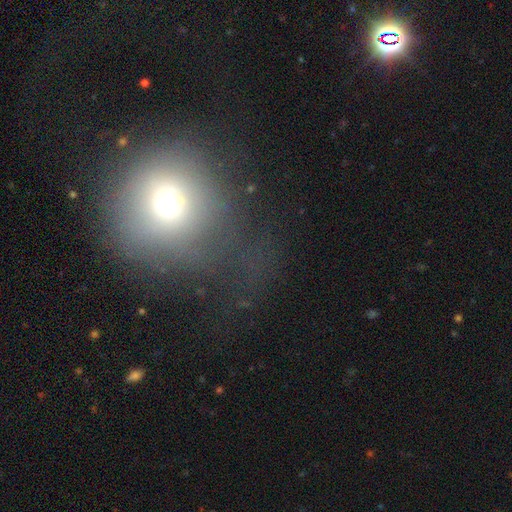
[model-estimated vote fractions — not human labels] Overall: smooth (61%; star or artifact 22%). How rounded: round (89%). Merging: none (45%; major disturbance 30%).